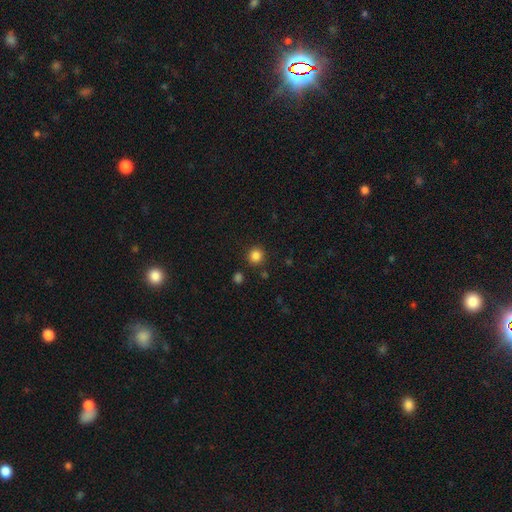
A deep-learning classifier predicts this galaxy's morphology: This is clearly a smooth galaxy (84%). How rounded: clearly round (91%). Merging: clearly none (88%).